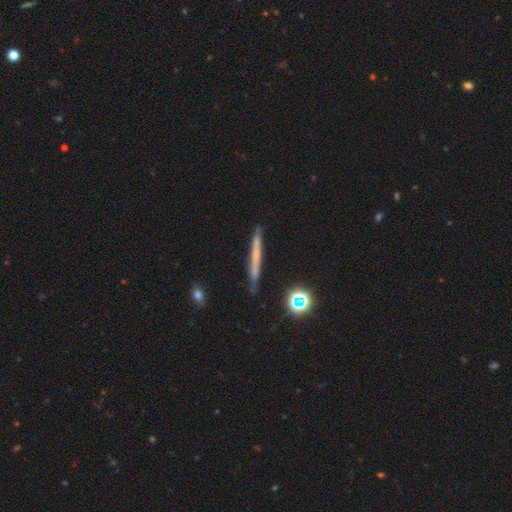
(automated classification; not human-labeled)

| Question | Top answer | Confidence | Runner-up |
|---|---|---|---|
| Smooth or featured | smooth | 48% | featured or disk (41%) |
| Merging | none | 86% | minor disturbance (10%) |